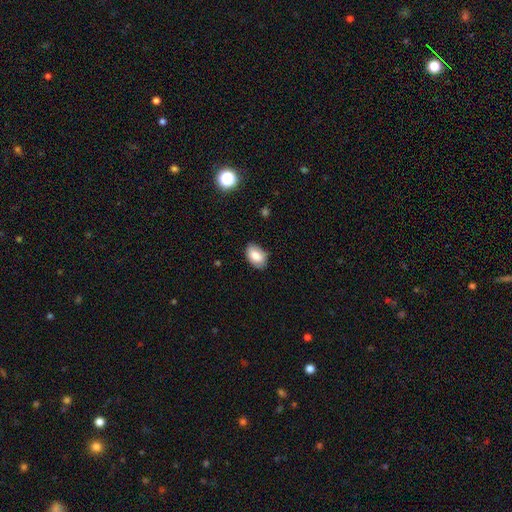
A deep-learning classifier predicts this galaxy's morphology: smooth_or_featured: smooth (p=0.84) [alt: featured or disk p=0.09]
how_rounded: in between (p=0.90) [alt: round p=0.09]
merging: none (p=0.78) [alt: minor disturbance p=0.18]